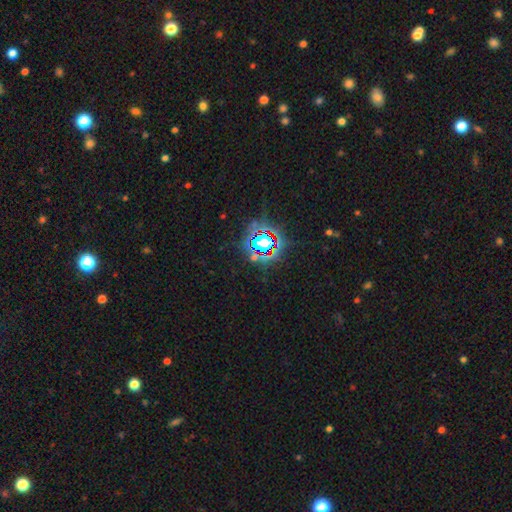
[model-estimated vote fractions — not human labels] A star or artifact, not a galaxy (78%).

Vote fractions:
- Smooth or featured? star or artifact: 78% / smooth: 14% / featured or disk: 8%